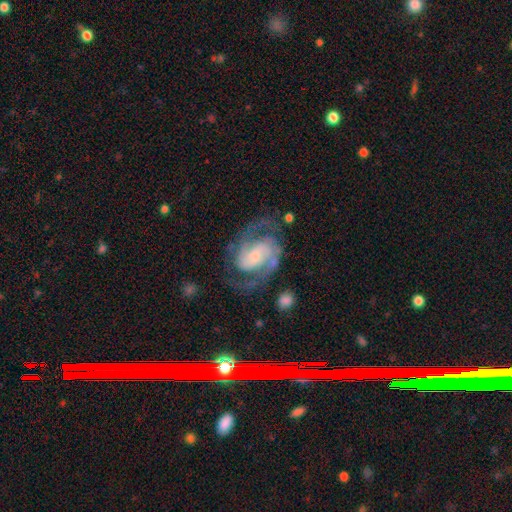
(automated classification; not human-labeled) Smooth or featured?
  - featured or disk: 89% *
  - smooth: 6%
  - star or artifact: 5%
Edge-on disk?
  - no: 98% *
  - yes: 2%
Bar?
  - weak: 42% *
  - no: 41%
  - strong: 17%
Spiral arms?
  - yes: 97% *
  - no: 3%
Spiral winding?
  - medium: 55% *
  - tight: 31%
  - loose: 13%
Spiral arm count?
  - 2: 90% *
  - can't tell: 3%
  - 3: 3%
  - 1: 1%
  - 4: 1%
  - more than 4: 1%
Bulge size?
  - small: 52% *
  - moderate: 28%
  - none: 10%
  - large: 8%
  - dominant: 2%
Merging?
  - none: 72% *
  - minor disturbance: 15%
  - major disturbance: 11%
  - merger: 2%